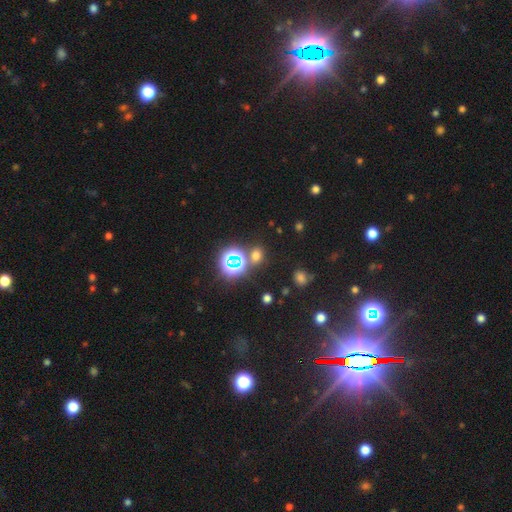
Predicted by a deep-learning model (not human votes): Q: Smooth or featured?
A: smooth (53%); runner-up: star or artifact (40%)
Q: How rounded?
A: round (55%); runner-up: in between (43%)
Q: Merging?
A: none (76%); runner-up: merger (11%)